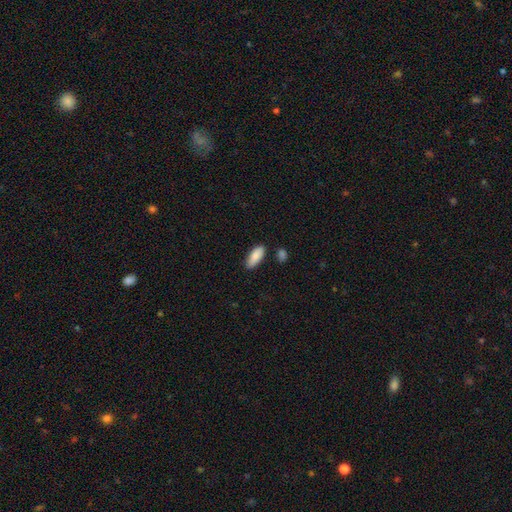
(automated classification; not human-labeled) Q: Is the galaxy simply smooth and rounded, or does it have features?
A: smooth — 88%.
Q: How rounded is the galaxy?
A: in between — 77%.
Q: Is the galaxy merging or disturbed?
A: none — 81%.